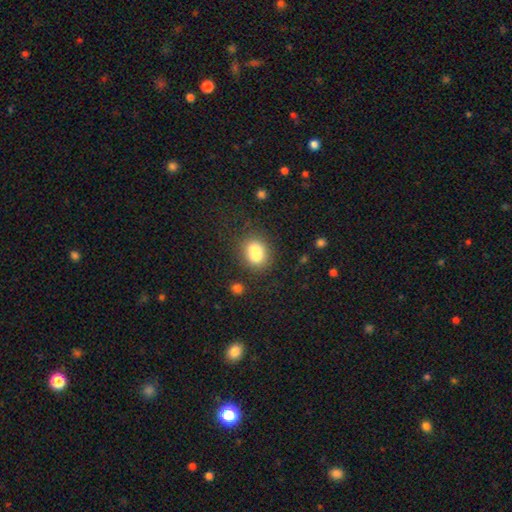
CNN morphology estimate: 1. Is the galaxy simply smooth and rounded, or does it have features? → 72% smooth, 17% featured or disk, 11% star or artifact.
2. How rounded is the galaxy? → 56% round, 43% in between, 1% cigar-shaped.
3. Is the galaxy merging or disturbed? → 48% merger, 38% none, 10% minor disturbance, 4% major disturbance.